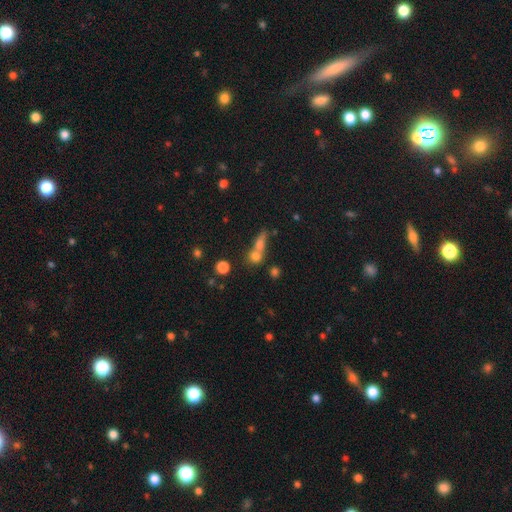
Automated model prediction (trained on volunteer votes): Q: Smooth or featured?
A: smooth (70%); runner-up: featured or disk (16%)
Q: How rounded?
A: round (61%); runner-up: in between (27%)
Q: Merging?
A: merger (51%); runner-up: none (36%)